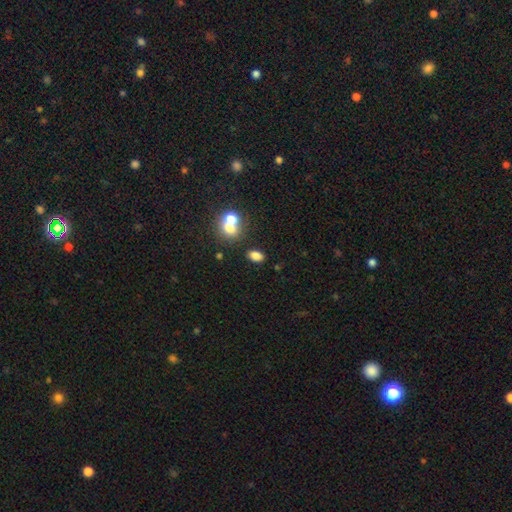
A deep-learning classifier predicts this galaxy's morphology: smooth_or_featured: smooth (p=0.81) [alt: star or artifact p=0.13]
how_rounded: in between (p=0.84) [alt: round p=0.14]
merging: none (p=0.77) [alt: merger p=0.11]